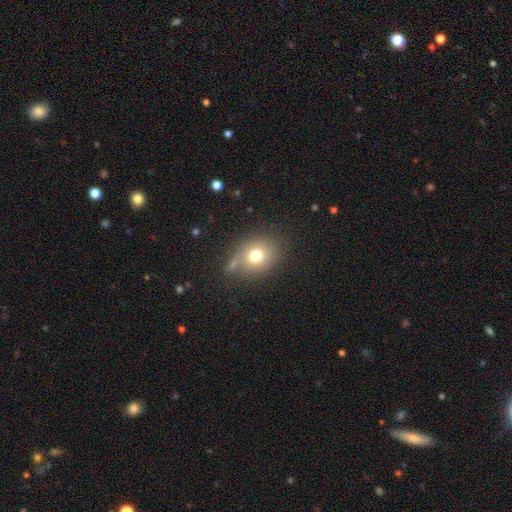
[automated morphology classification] Smooth or featured? smooth (73%)
How rounded? round (56%)
Merging? none (66%)